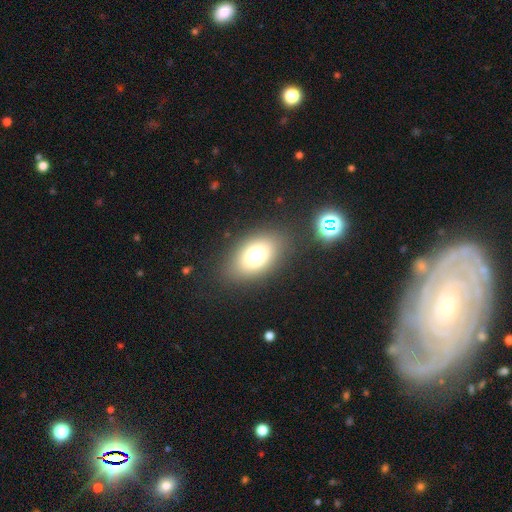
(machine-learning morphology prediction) smooth-or-featured: smooth: 73% | star or artifact: 14% | featured or disk: 13%
  how-rounded: in between: 82% | round: 17% | cigar-shaped: 2%
  merging: none: 82% | minor disturbance: 10% | major disturbance: 5% | merger: 3%